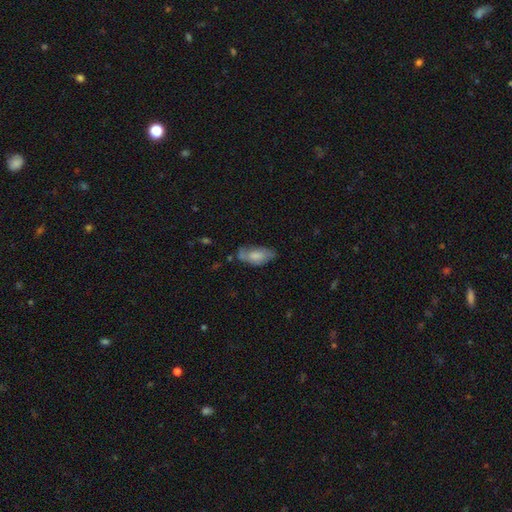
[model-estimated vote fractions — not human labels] Smooth or featured?
  - smooth: 67% *
  - featured or disk: 26%
  - star or artifact: 7%
How rounded?
  - in between: 89% *
  - cigar-shaped: 9%
  - round: 3%
Merging?
  - none: 51% *
  - minor disturbance: 32%
  - major disturbance: 12%
  - merger: 5%